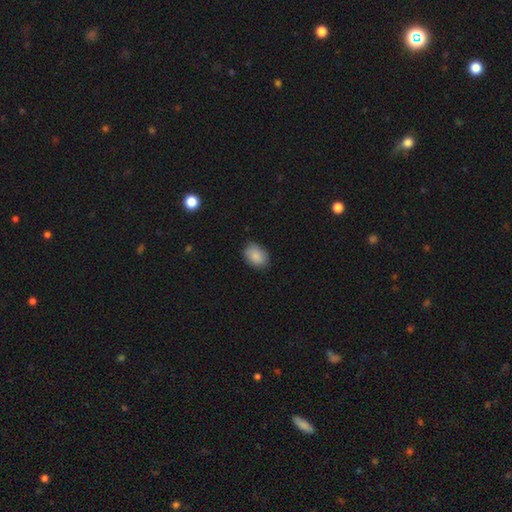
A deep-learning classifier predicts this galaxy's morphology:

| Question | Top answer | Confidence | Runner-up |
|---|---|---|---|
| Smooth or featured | smooth | 88% | star or artifact (7%) |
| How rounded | in between | 78% | round (21%) |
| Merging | none | 84% | minor disturbance (12%) |